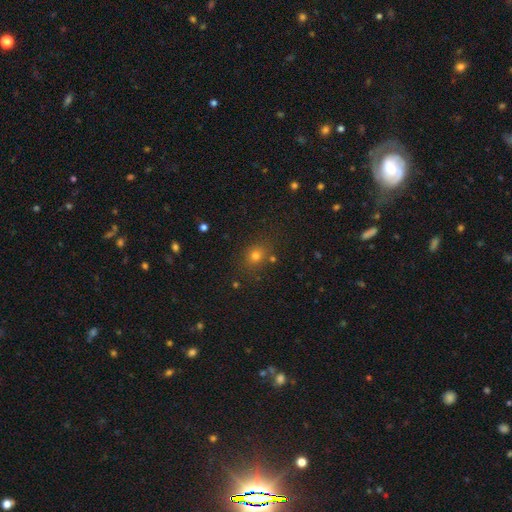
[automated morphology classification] Smooth or featured? Predicted: smooth (p=0.70). How rounded? Predicted: round (p=0.69). Merging? Predicted: none (p=0.80).